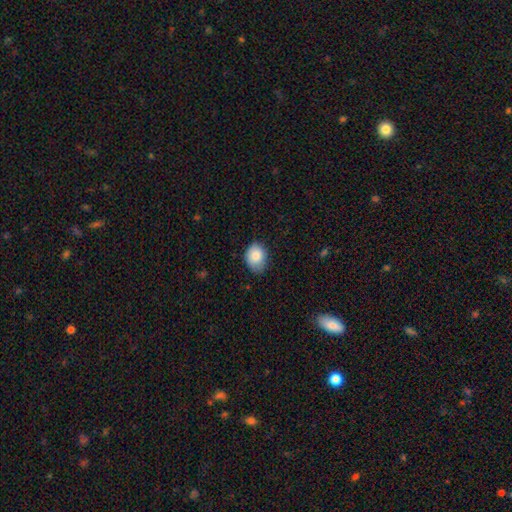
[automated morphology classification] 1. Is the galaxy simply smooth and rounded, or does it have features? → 85% smooth, 8% star or artifact, 7% featured or disk.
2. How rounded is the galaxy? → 59% in between, 40% round, 1% cigar-shaped.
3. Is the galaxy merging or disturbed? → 68% none, 27% minor disturbance, 4% major disturbance, 1% merger.